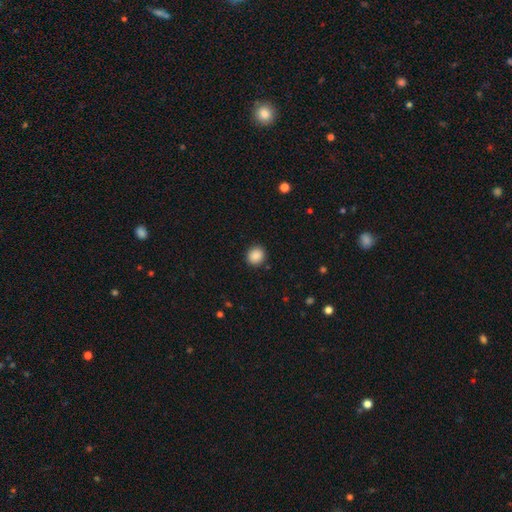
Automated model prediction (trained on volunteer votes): A smooth galaxy with no disk features (88%) that is round (82%). Merging: none (91%).